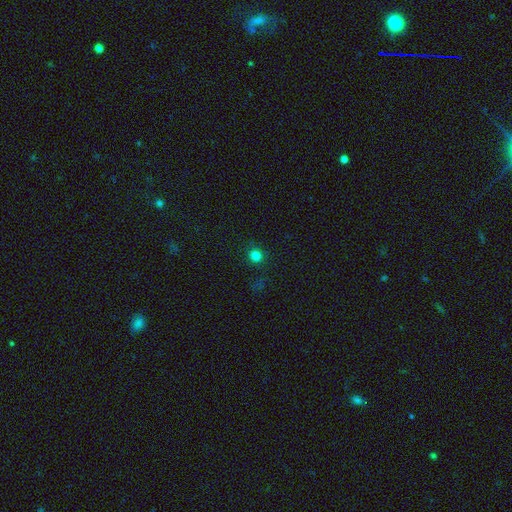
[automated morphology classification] Q: Smooth or featured?
A: smooth (80%); runner-up: star or artifact (16%)
Q: How rounded?
A: round (93%); runner-up: in between (6%)
Q: Merging?
A: none (91%); runner-up: minor disturbance (6%)